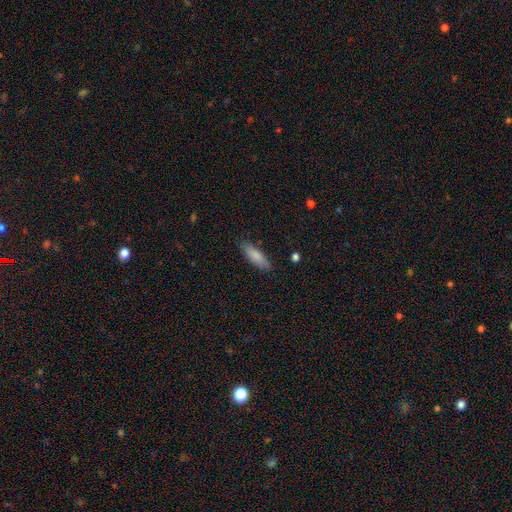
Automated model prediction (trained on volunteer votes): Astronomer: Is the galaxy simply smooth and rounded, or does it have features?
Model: smooth — 85%.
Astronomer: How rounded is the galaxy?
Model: in between — 54% (runner-up: cigar-shaped, 45%).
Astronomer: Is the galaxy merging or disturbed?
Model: none — 84%.